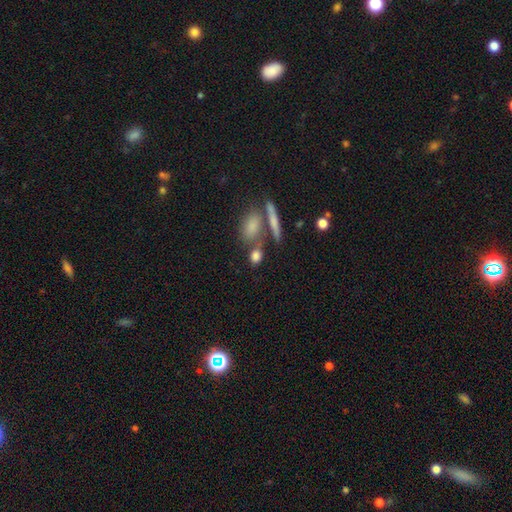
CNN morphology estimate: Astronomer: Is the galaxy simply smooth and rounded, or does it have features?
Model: smooth — 80%.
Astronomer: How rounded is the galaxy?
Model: in between — 54% (runner-up: round, 33%).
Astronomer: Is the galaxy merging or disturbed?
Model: none — 55%.